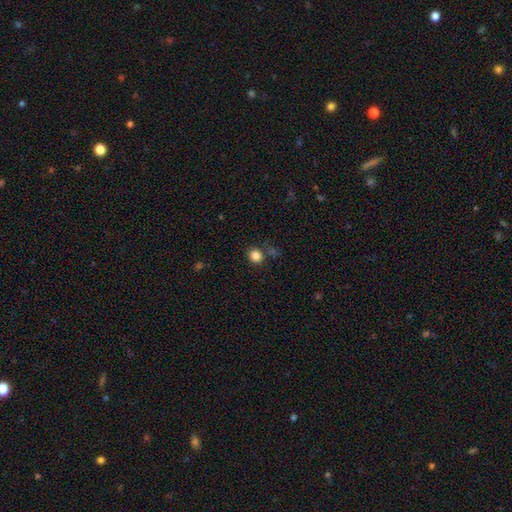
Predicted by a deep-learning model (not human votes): smooth_or_featured: smooth (p=0.84) [alt: star or artifact p=0.11]
how_rounded: round (p=0.76) [alt: in between p=0.23]
merging: none (p=0.80) [alt: minor disturbance p=0.10]